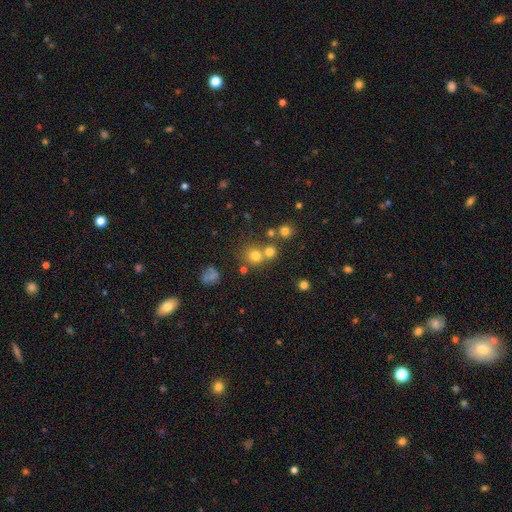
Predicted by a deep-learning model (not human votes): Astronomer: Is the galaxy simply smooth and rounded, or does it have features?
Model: smooth — 72%.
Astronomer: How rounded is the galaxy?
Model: round — 87%.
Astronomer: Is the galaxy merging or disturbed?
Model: none — 59%.